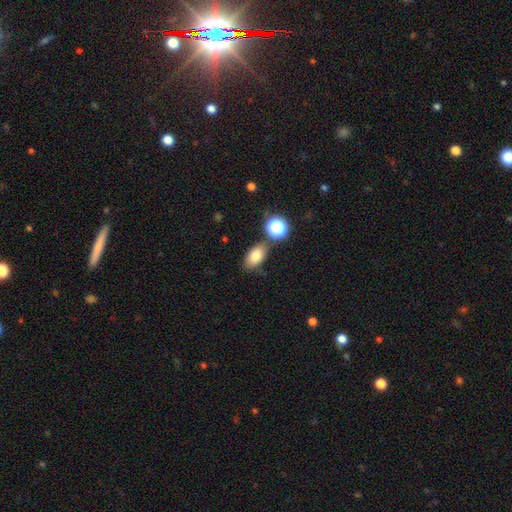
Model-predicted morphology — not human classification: A smooth galaxy with no disk features (78%) that is in between round and cigar-shaped (88%). Merging: none (75%).